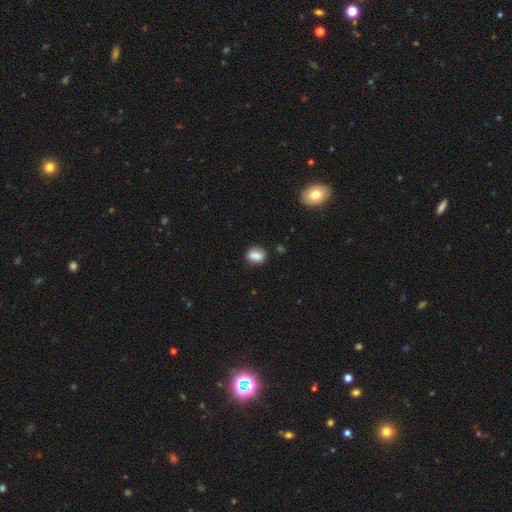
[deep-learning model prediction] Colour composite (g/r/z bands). It shows a smooth galaxy with no disk features (84%) that is in between round and cigar-shaped (64%). Merging: none (76%).